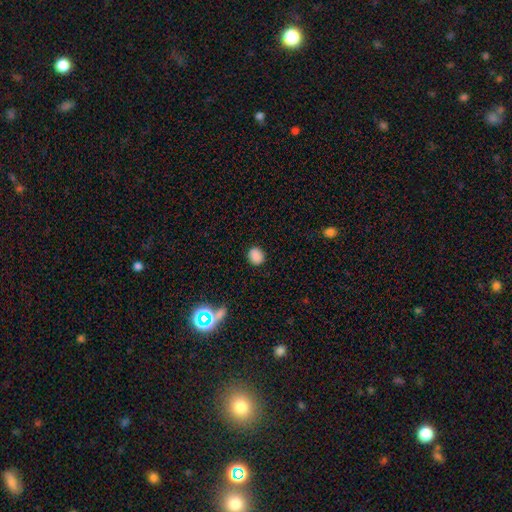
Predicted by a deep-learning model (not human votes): Smooth or featured? Predicted: smooth (p=0.86). How rounded? Predicted: round (p=0.64). Merging? Predicted: none (p=0.88).